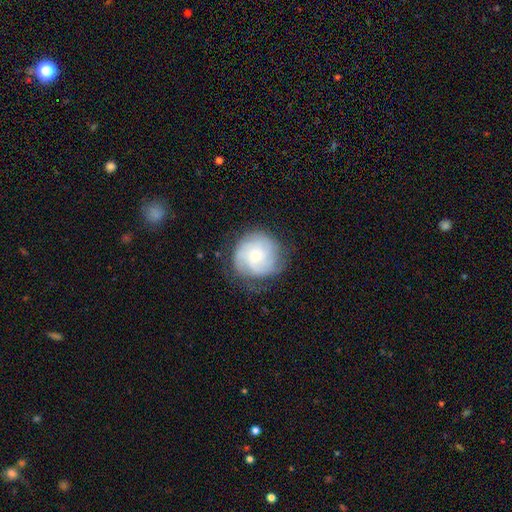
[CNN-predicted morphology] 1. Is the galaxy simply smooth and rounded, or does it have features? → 66% featured or disk, 27% smooth, 7% star or artifact.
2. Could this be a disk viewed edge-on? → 98% no, 2% yes.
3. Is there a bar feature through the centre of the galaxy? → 74% no, 23% weak, 3% strong.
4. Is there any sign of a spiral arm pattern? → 92% yes, 8% no.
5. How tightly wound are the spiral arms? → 61% tight, 30% medium, 9% loose.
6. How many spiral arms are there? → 35% can't tell, 27% 3, 15% 4, 12% 2, 6% more than 4, 6% 1.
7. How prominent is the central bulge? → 56% small, 38% moderate, 3% large, 2% none, 1% dominant.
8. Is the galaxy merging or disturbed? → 73% none, 19% minor disturbance, 7% major disturbance, 1% merger.